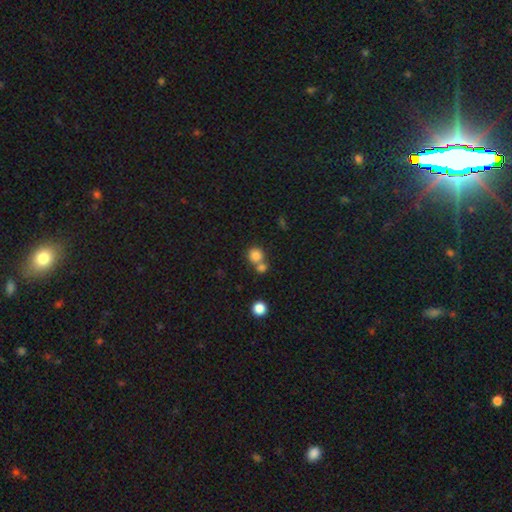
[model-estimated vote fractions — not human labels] This appears to be a smooth galaxy with no disk features (81%) that is round (88%). Merging: none (51%).